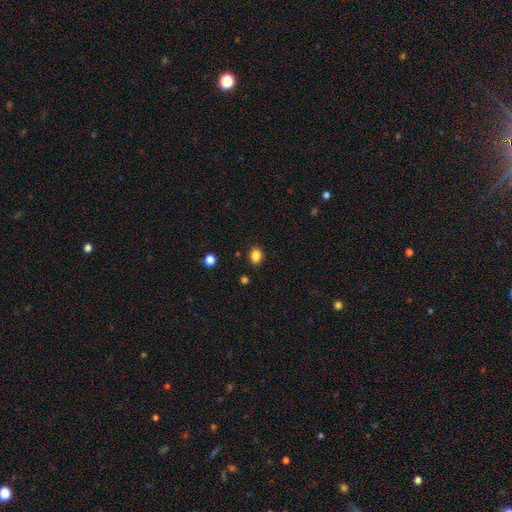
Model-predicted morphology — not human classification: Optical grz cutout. It shows a smooth galaxy with no disk features (84%) that is in between round and cigar-shaped (50%). Merging: none (88%).